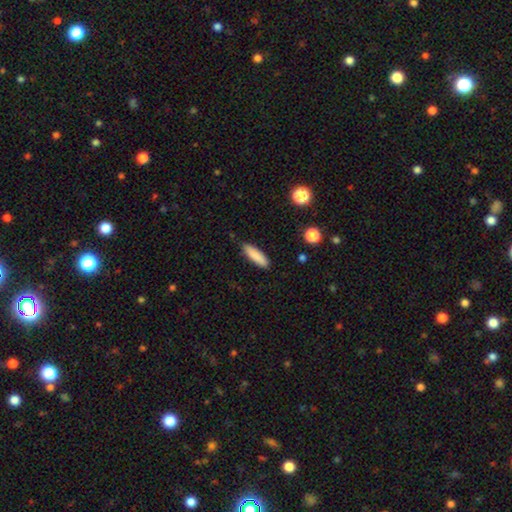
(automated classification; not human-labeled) Morphology: type=smooth (86%); roundness=cigar-shaped (62%); merging=none (86%).